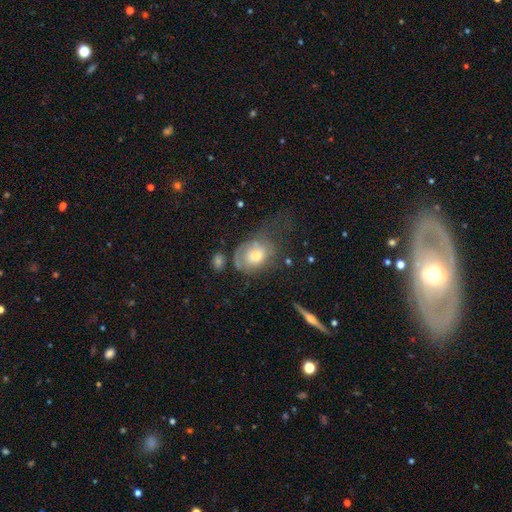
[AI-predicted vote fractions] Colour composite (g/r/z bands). It shows a smooth galaxy with no disk features (54%) that is in between round and cigar-shaped (64%). Merging: major disturbance (42%).